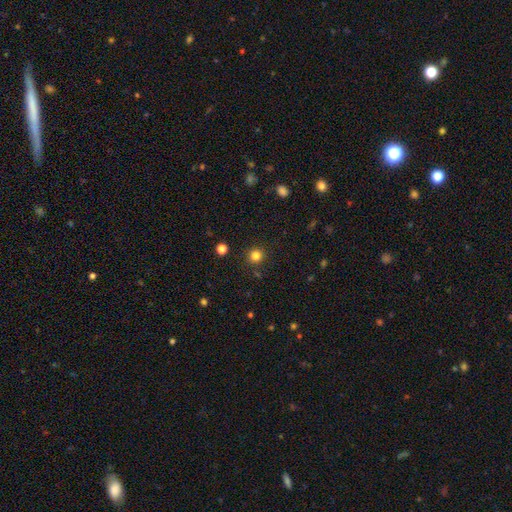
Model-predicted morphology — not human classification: Smooth or featured? smooth (83%)
How rounded? round (93%)
Merging? none (89%)